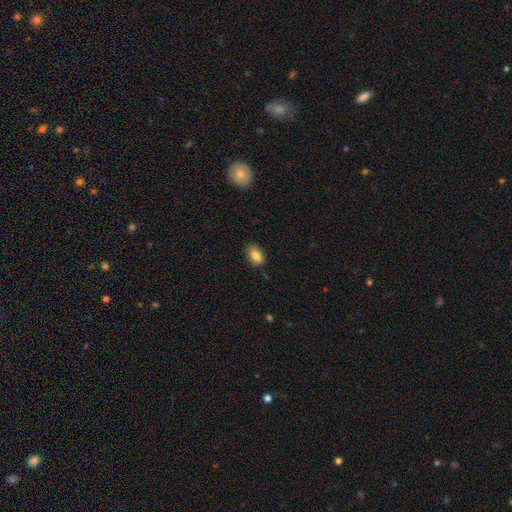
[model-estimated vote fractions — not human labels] A smooth galaxy with no disk features (81%) that is in between round and cigar-shaped (86%). Merging: none (78%).